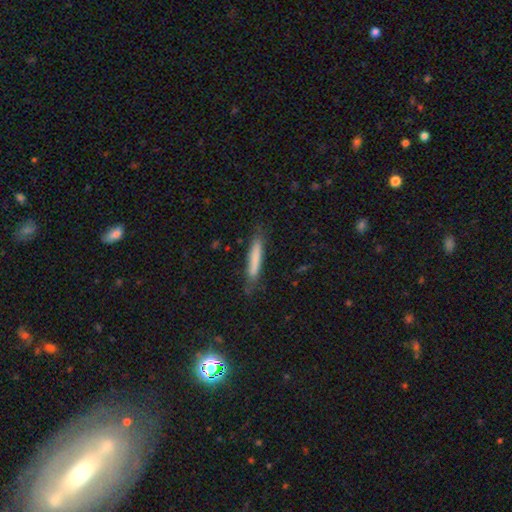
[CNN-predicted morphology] A smooth galaxy with no disk features (75%) that is cigar-shaped (94%).

Vote fractions:
- Smooth or featured? smooth: 75% / featured or disk: 19% / star or artifact: 7%
- How rounded? cigar-shaped: 94% / in between: 5% / round: 1%
- Merging? none: 80% / minor disturbance: 15% / major disturbance: 3% / merger: 2%